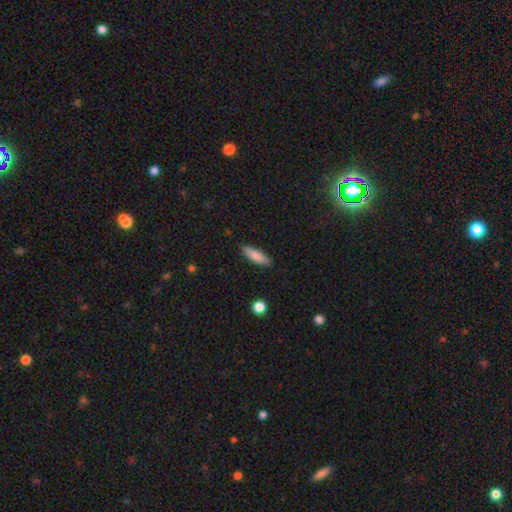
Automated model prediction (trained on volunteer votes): Smooth or featured: smooth — 84% (featured or disk — 10%)
How rounded: cigar-shaped — 55% (in between — 43%)
Merging: none — 87% (minor disturbance — 10%)